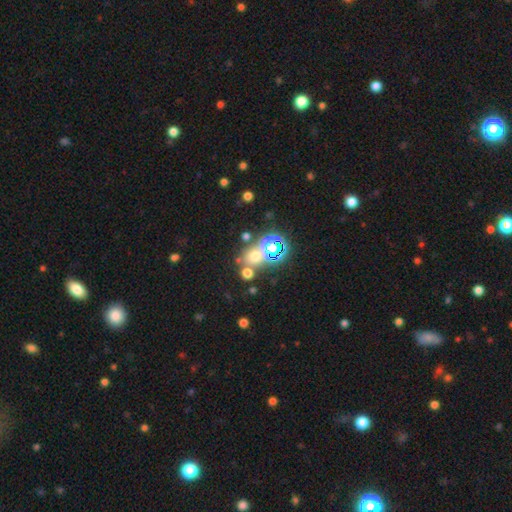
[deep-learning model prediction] Smooth or featured? smooth (49%)
Merging? none (60%)